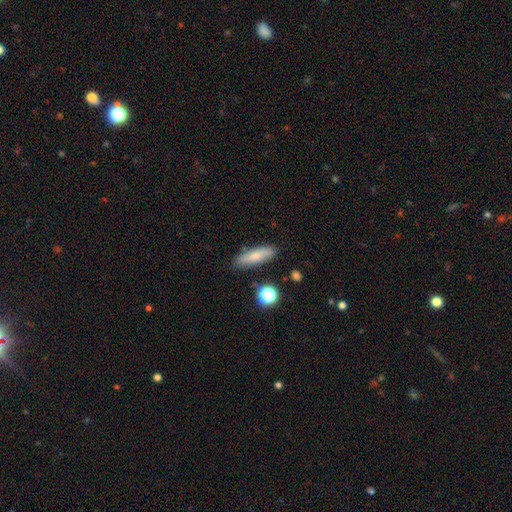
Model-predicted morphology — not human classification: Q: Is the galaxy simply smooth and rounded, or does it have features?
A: smooth — 75%.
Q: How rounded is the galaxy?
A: cigar-shaped — 66%.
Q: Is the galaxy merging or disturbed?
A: none — 83%.